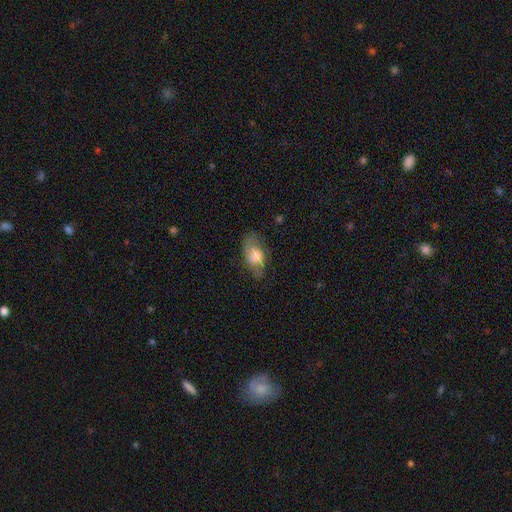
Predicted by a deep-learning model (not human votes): smooth_or_featured: smooth (p=0.62) [alt: featured or disk p=0.31]
how_rounded: in between (p=0.89) [alt: cigar-shaped p=0.06]
merging: none (p=0.63) [alt: minor disturbance p=0.25]